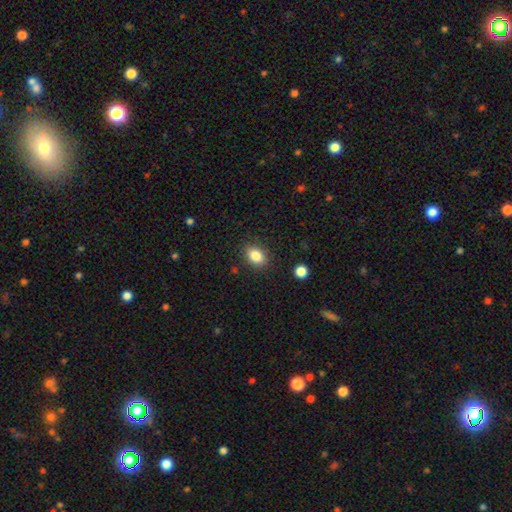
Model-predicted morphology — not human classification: type=smooth (85%); roundness=in between (72%); merging=none (86%).